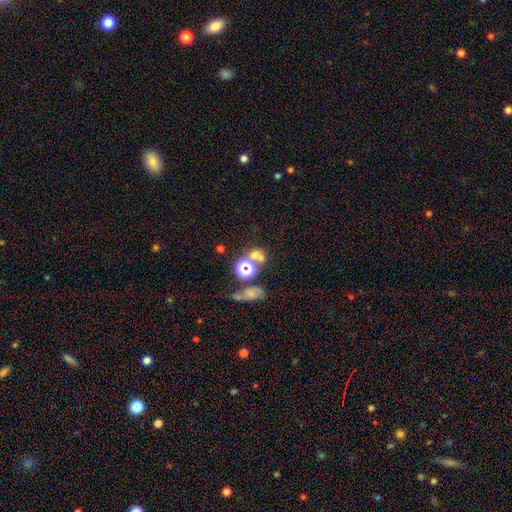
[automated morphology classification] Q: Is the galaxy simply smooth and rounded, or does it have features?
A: smooth — 53%.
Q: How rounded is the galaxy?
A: round — 69%.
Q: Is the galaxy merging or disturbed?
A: merger — 41%.